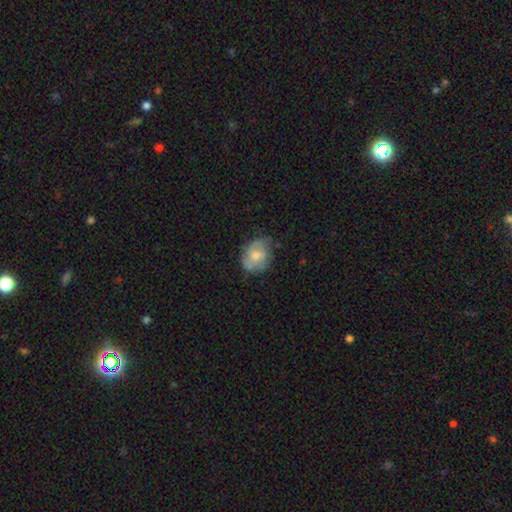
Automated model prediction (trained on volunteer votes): smooth_or_featured: smooth (p=0.49) [alt: featured or disk p=0.44]
merging: none (p=0.51) [alt: minor disturbance p=0.32]